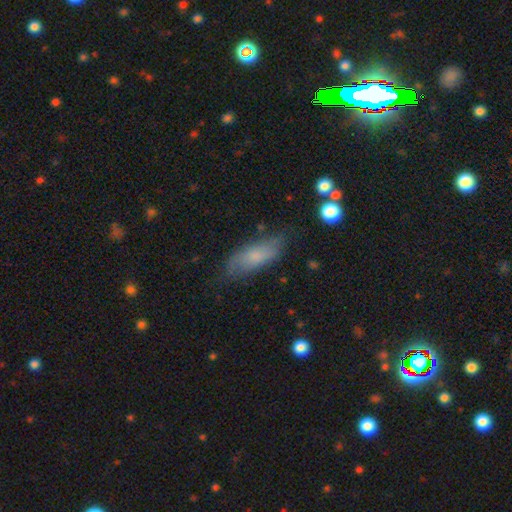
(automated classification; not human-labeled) A smooth galaxy with no disk features (70%) that is in between round and cigar-shaped (69%). Merging: none (69%).